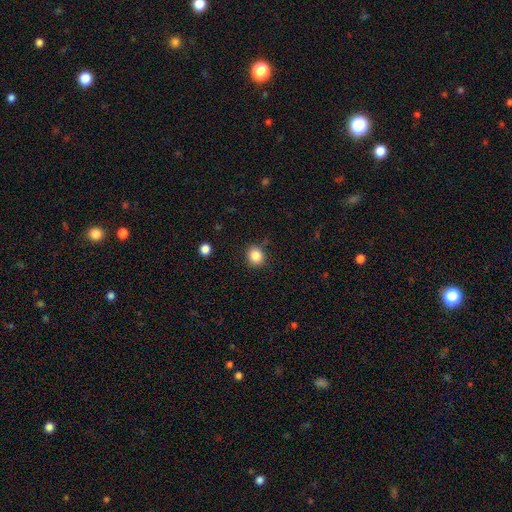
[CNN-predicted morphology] The model was most divided on "how rounded": round: 83%, in between: 16%, cigar-shaped: 1%. More confident: merging — none (85%); smooth or featured — smooth (85%).